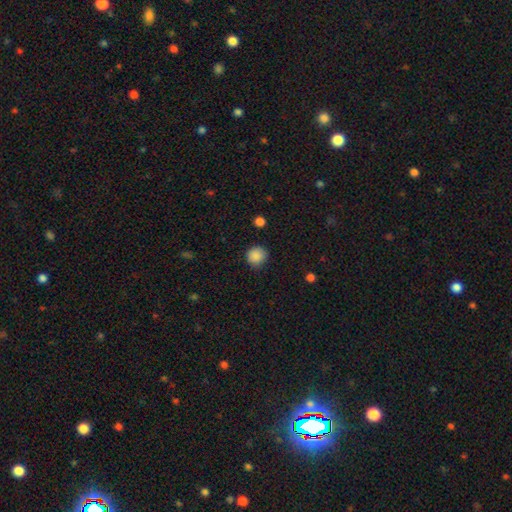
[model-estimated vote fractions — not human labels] The model was most divided on "merging": none: 84%, minor disturbance: 12%, major disturbance: 3%, merger: 1%. More confident: how rounded — round (90%); smooth or featured — smooth (87%).